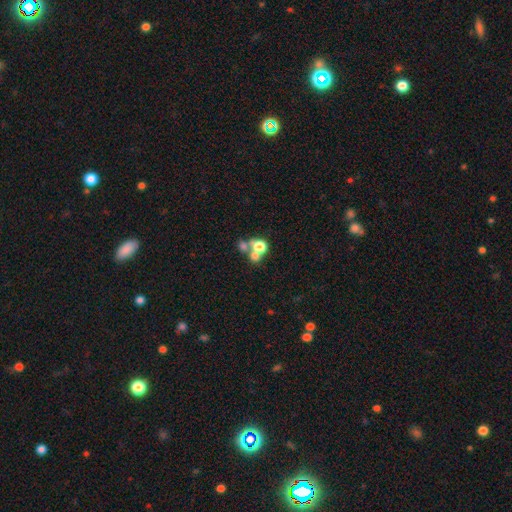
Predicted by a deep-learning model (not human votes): smooth_or_featured: smooth (p=0.56) [alt: star or artifact p=0.25]
how_rounded: round (p=0.76) [alt: in between p=0.22]
merging: merger (p=0.47) [alt: none p=0.41]